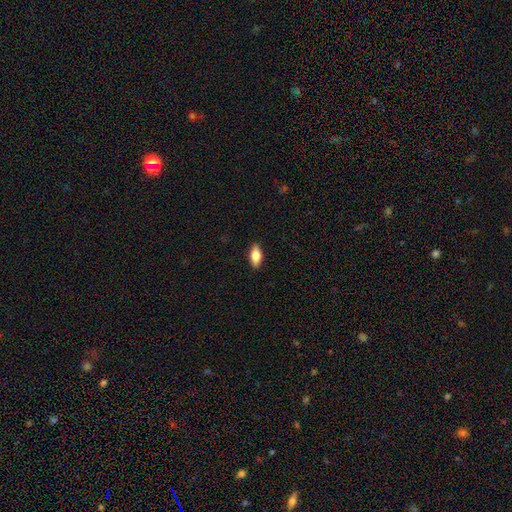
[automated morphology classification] The model was most divided on "smooth or featured": smooth: 80%, featured or disk: 13%, star or artifact: 6%. More confident: merging — none (89%); how rounded — in between (86%).